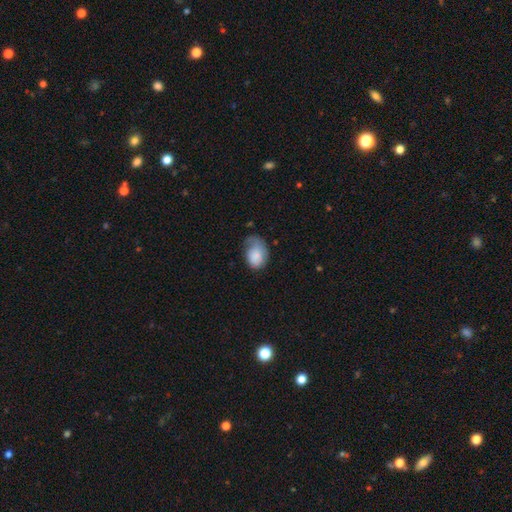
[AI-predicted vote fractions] Smooth or featured: smooth — 74% (featured or disk — 19%)
How rounded: in between — 78% (round — 21%)
Merging: minor disturbance — 37% (major disturbance — 31%)